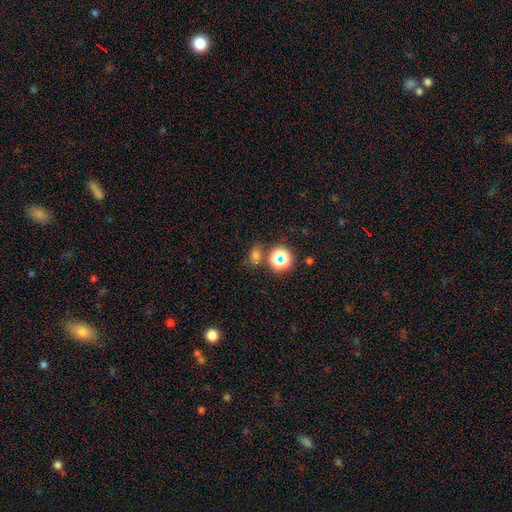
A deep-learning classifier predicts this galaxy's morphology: Smooth or featured? smooth (66%)
How rounded? round (57%)
Merging? none (71%)